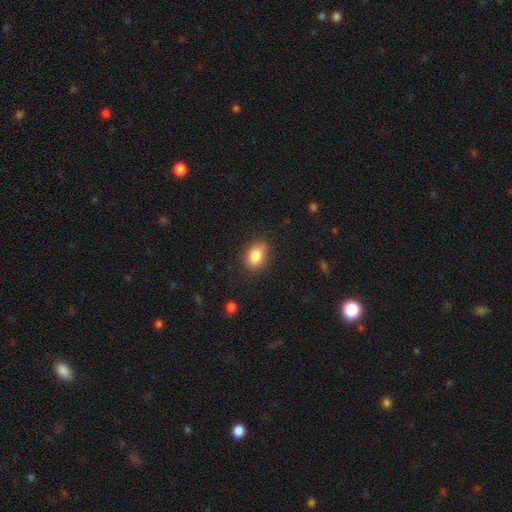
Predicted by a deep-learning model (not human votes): Smooth or featured? Predicted: smooth (p=0.84). How rounded? Predicted: in between (p=0.79). Merging? Predicted: none (p=0.77).